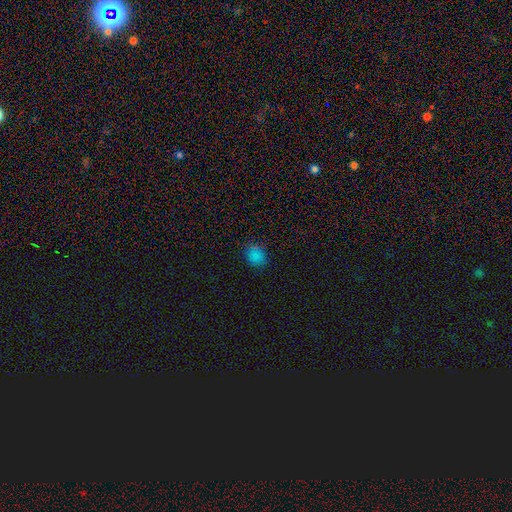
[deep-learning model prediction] Smooth or featured? smooth (78%)
How rounded? round (68%)
Merging? none (81%)